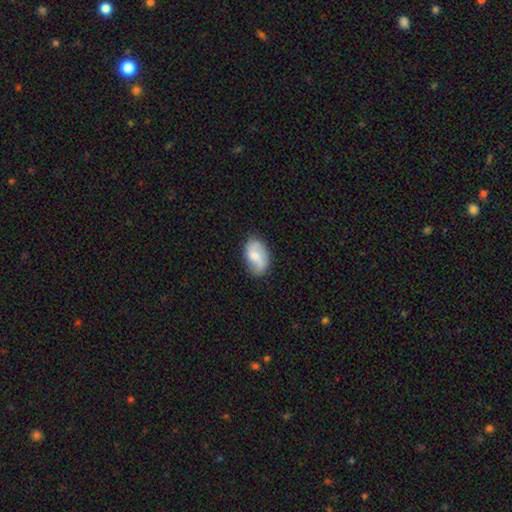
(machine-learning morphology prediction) A smooth galaxy with no disk features (49%). Merging: none (74%).